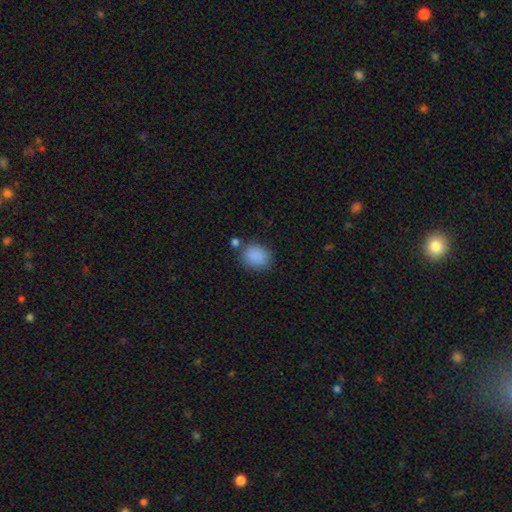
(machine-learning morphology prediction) This appears to be a smooth galaxy with no disk features (88%) that is round (55%). Merging: none (75%).